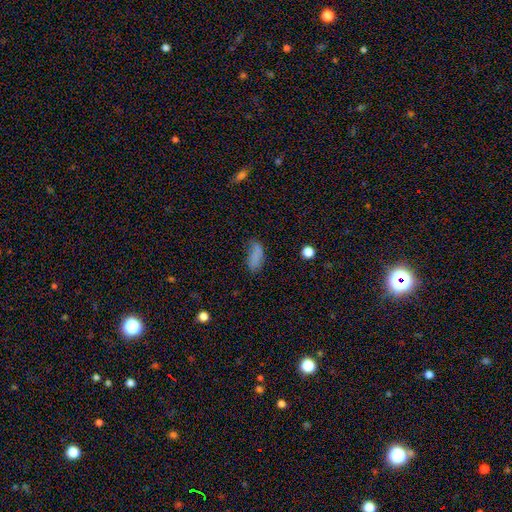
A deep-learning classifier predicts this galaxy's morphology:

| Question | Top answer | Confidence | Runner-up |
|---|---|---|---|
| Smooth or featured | smooth | 77% | star or artifact (12%) |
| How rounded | in between | 85% | cigar-shaped (11%) |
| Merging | none | 55% | minor disturbance (28%) |